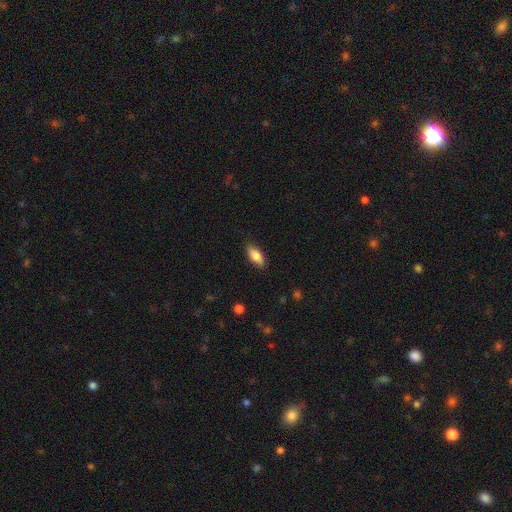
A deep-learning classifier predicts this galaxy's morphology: This appears to be a smooth galaxy with no disk features (82%) that is in between round and cigar-shaped (83%). Merging: none (85%).